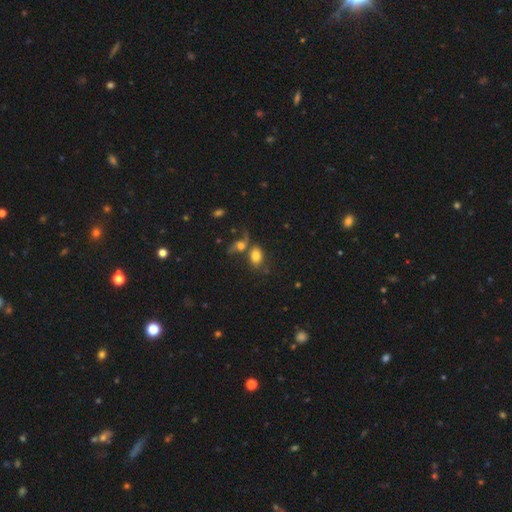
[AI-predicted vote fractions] The model was most divided on "merging": none: 39%, merger: 38%, minor disturbance: 13%, major disturbance: 9%. More confident: how rounded — in between (80%); smooth or featured — smooth (76%).